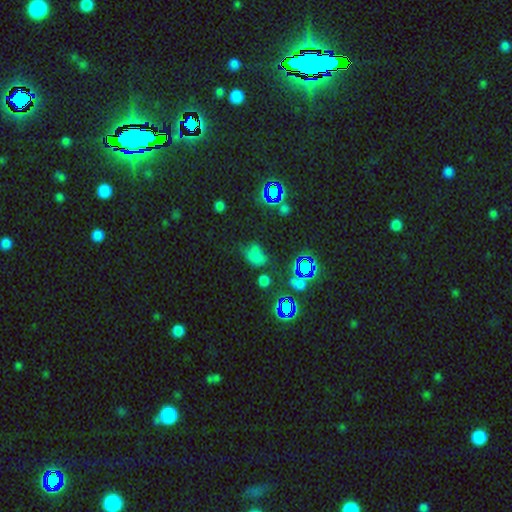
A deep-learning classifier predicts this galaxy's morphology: A smooth galaxy with no disk features (52%) that is in between round and cigar-shaped (63%).

Vote fractions:
- Smooth or featured? smooth: 52% / star or artifact: 37% / featured or disk: 11%
- How rounded? in between: 63% / round: 34% / cigar-shaped: 3%
- Merging? none: 49% / minor disturbance: 24% / major disturbance: 17% / merger: 10%